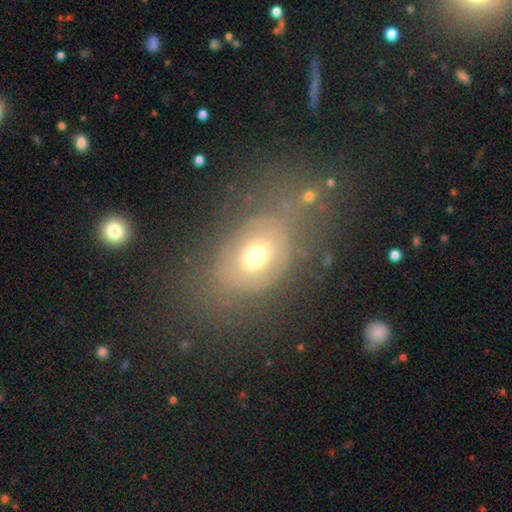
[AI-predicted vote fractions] The model was most divided on "merging": none: 52%, minor disturbance: 22%, major disturbance: 20%, merger: 6%. More confident: how rounded — in between (74%); smooth or featured — smooth (59%).